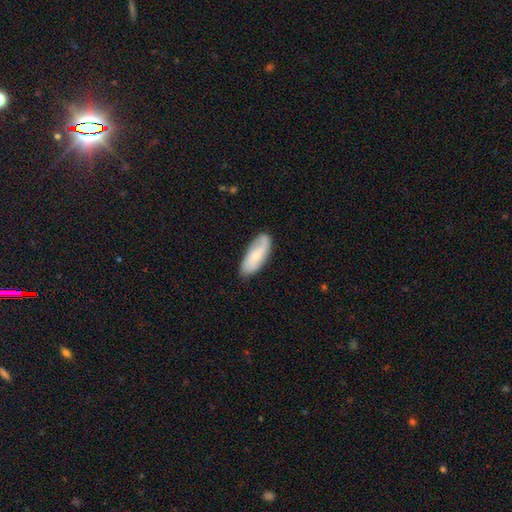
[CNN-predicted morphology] A smooth galaxy with no disk features (57%) that is in between round and cigar-shaped (76%).

Vote fractions:
- Smooth or featured? smooth: 57% / featured or disk: 37% / star or artifact: 6%
- How rounded? in between: 76% / cigar-shaped: 22% / round: 2%
- Merging? none: 77% / minor disturbance: 18% / major disturbance: 4% / merger: 1%